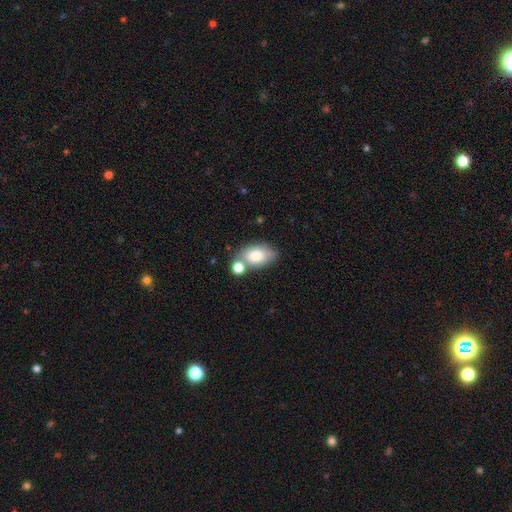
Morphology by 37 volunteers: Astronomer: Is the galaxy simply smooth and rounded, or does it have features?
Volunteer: smooth — 86%.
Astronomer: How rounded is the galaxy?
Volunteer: in between — 91%.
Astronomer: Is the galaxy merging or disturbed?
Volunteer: none — 51%.